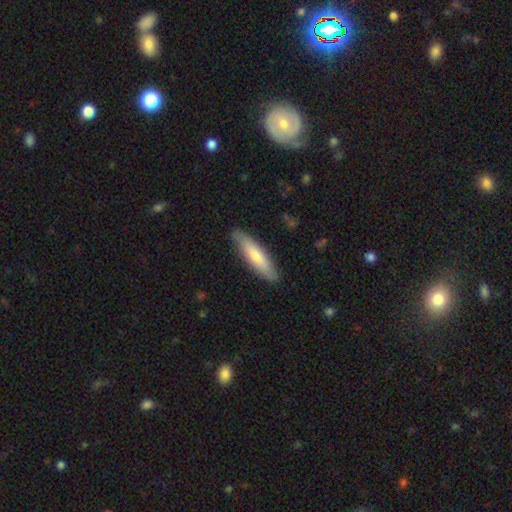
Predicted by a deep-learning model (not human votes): Morphology: type=smooth (56%); roundness=cigar-shaped (74%); merging=none (86%).